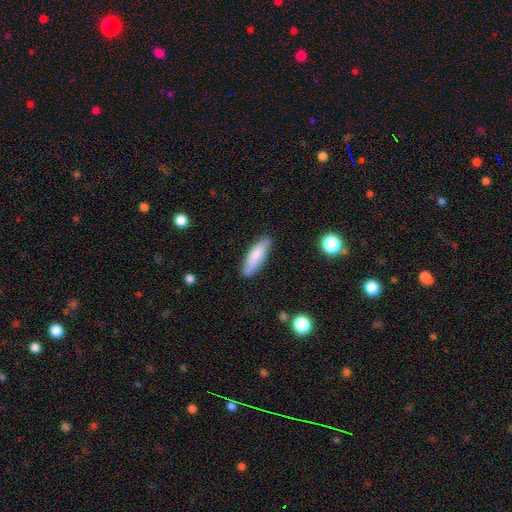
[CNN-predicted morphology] A smooth galaxy with no disk features (81%) that is cigar-shaped (51%).

Vote fractions:
- Smooth or featured? smooth: 81% / featured or disk: 13% / star or artifact: 6%
- How rounded? cigar-shaped: 51% / in between: 47% / round: 2%
- Merging? none: 85% / minor disturbance: 12% / major disturbance: 2% / merger: 1%